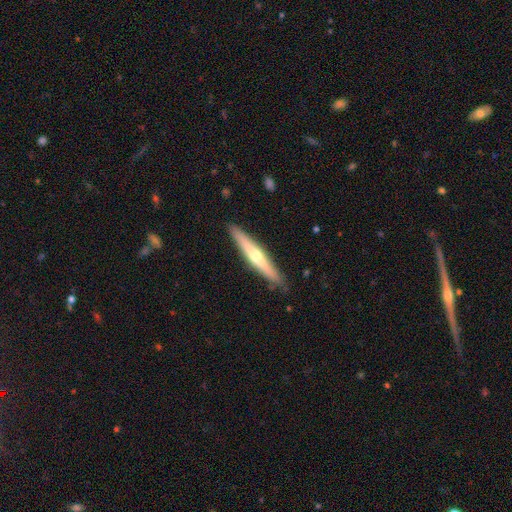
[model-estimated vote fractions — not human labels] featured or disk 56%, smooth 39%, star or artifact 5%. Down the decision tree: edge-on disk — yes (95%); edge-on bulge — rounded (81%); merging — none (89%).